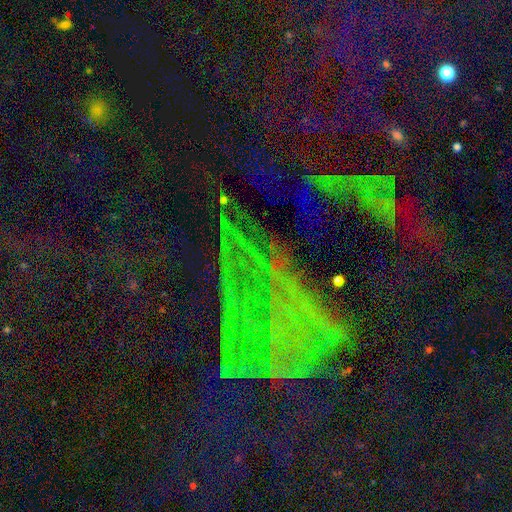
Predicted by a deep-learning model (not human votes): Morphology: type=star or artifact (78%).